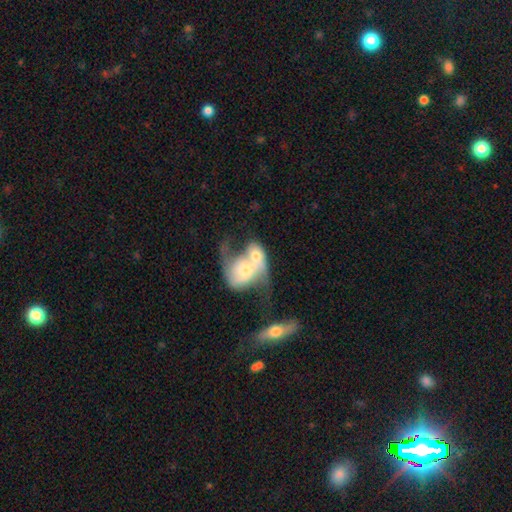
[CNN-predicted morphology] Overall: featured or disk (59%; smooth 34%). Edge-on disk: no (95%). Bar: no (72%). Spiral arms: yes (65%; no 35%). Bulge size: moderate (42%; small 39%). Merging: merger (74%).